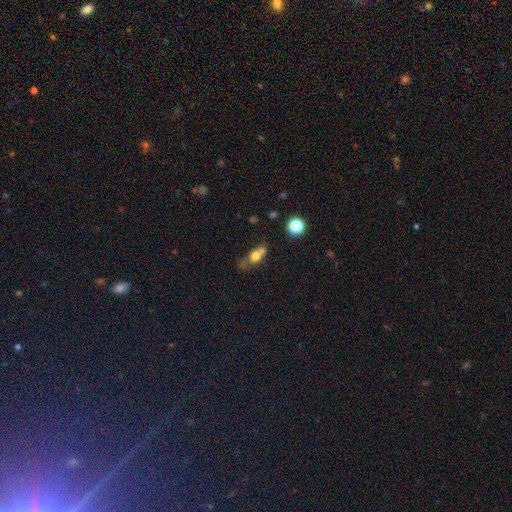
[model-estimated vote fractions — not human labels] This appears to be a smooth galaxy with no disk features (66%) that is round (48%). Merging: merger (41%).